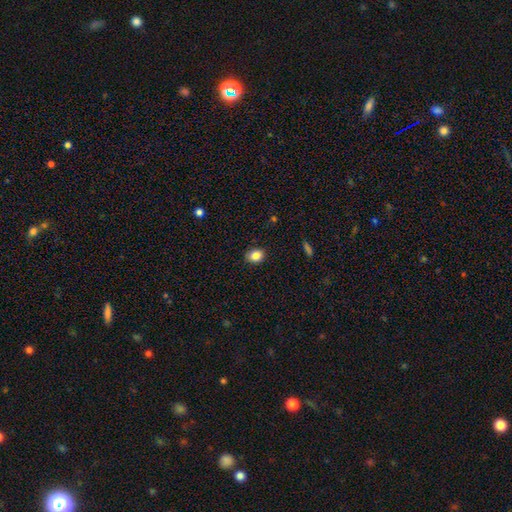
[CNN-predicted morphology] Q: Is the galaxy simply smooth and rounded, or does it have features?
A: smooth — 84%.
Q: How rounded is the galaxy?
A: round — 51%.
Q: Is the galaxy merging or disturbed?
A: none — 87%.